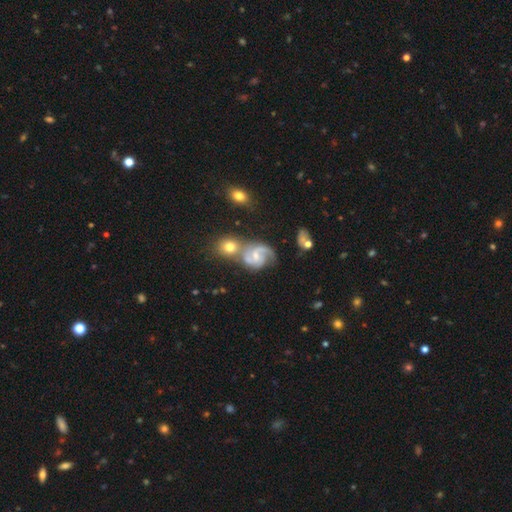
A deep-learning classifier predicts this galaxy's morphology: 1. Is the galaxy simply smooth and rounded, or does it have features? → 82% featured or disk, 11% smooth, 7% star or artifact.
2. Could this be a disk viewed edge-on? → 98% no, 2% yes.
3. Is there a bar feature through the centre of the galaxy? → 46% weak, 44% no, 10% strong.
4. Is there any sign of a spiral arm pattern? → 96% yes, 4% no.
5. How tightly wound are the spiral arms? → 56% medium, 22% tight, 22% loose.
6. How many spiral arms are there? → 80% 2, 7% 1, 6% can't tell, 4% 3, 1% 4, 1% more than 4.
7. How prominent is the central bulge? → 54% small, 36% moderate, 6% none, 2% large, 1% dominant.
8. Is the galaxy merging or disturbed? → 41% none, 33% merger, 16% minor disturbance, 10% major disturbance.